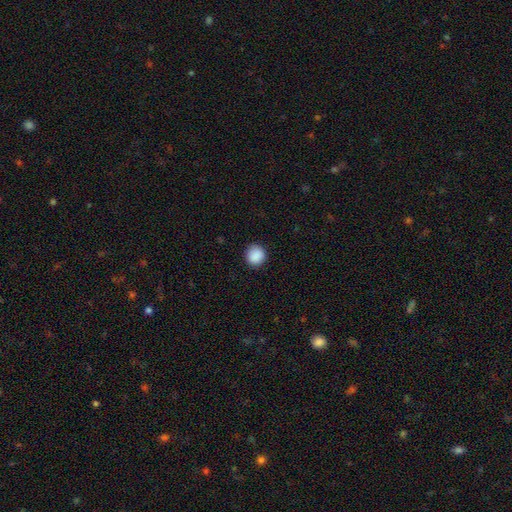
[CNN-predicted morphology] Smooth or featured: smooth — 89% (star or artifact — 8%)
How rounded: round — 90% (in between — 9%)
Merging: none — 89% (minor disturbance — 8%)